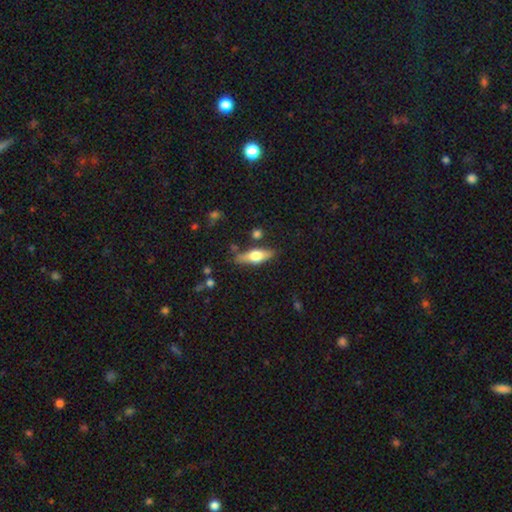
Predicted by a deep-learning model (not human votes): This is possibly a featured or disk galaxy (47%, tied with smooth). Merging: likely none (79%).